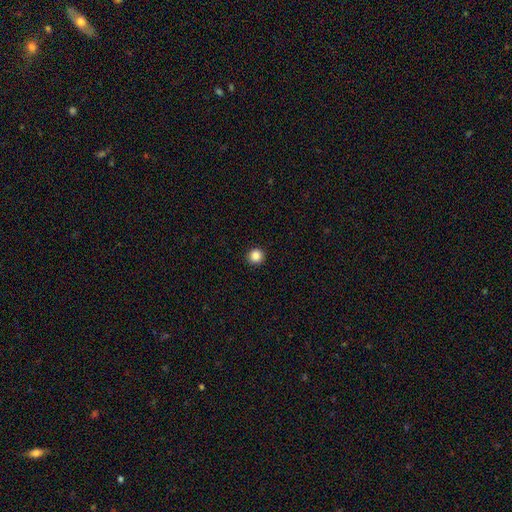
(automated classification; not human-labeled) A smooth galaxy with no disk features (87%) that is round (95%).

Vote fractions:
- Smooth or featured? smooth: 87% / star or artifact: 10% / featured or disk: 3%
- How rounded? round: 95% / in between: 4% / cigar-shaped: 1%
- Merging? none: 93% / minor disturbance: 4% / major disturbance: 2% / merger: 1%